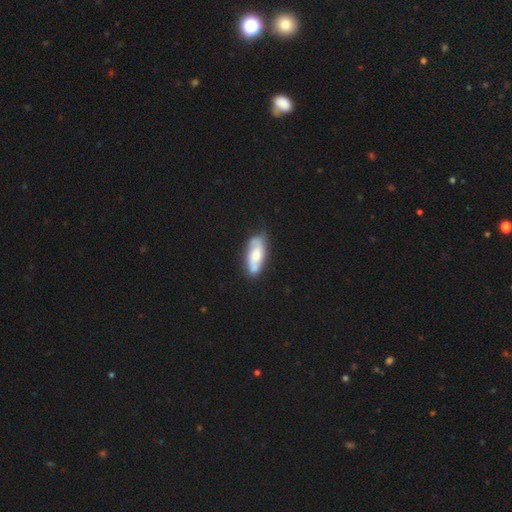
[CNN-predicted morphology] smooth_or_featured: featured or disk (p=0.57) [alt: smooth p=0.37]
disk_edge_on: no (p=0.88) [alt: yes p=0.12]
bar: no (p=0.61) [alt: weak p=0.30]
has_spiral_arms: yes (p=0.84) [alt: no p=0.16]
bulge_size: moderate (p=0.54) [alt: small p=0.22]
merging: none (p=0.71) [alt: minor disturbance p=0.20]